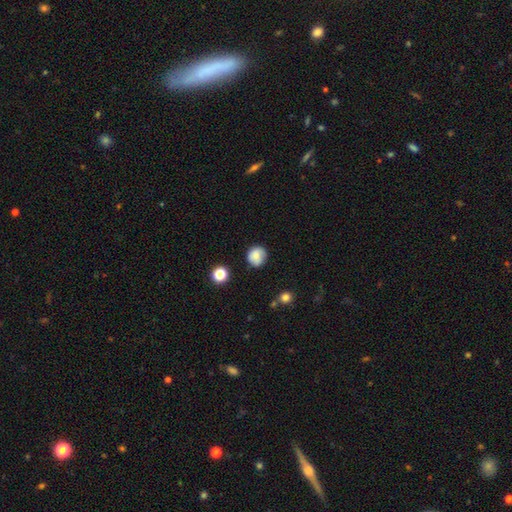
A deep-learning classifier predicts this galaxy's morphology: This is likely a smooth galaxy (75%). How rounded: clearly round (88%). Merging: likely none (76%).